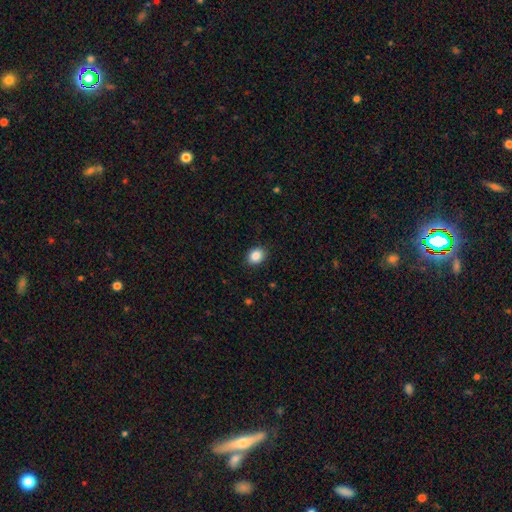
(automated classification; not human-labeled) smooth_or_featured: smooth (p=0.87) [alt: star or artifact p=0.09]
how_rounded: in between (p=0.50) [alt: round p=0.49]
merging: none (p=0.89) [alt: minor disturbance p=0.08]